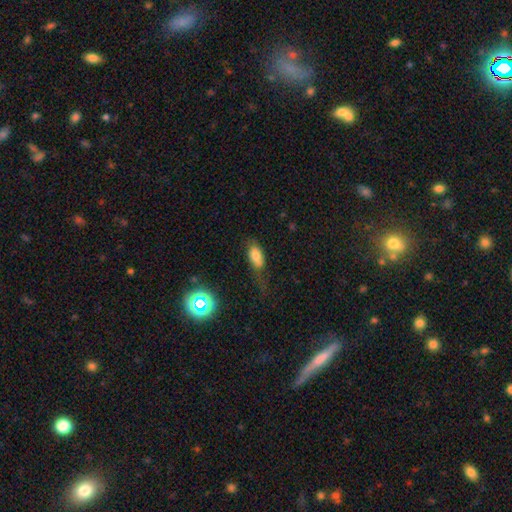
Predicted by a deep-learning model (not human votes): smooth-or-featured: smooth: 73% | featured or disk: 16% | star or artifact: 11%
  how-rounded: in between: 87% | cigar-shaped: 8% | round: 5%
  merging: none: 44% | minor disturbance: 30% | major disturbance: 23% | merger: 3%